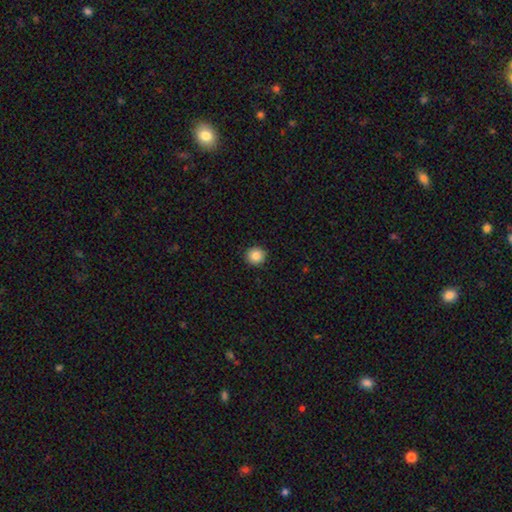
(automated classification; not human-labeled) A smooth galaxy with no disk features (86%) that is round (92%).

Vote fractions:
- Smooth or featured? smooth: 86% / star or artifact: 9% / featured or disk: 5%
- How rounded? round: 92% / in between: 7% / cigar-shaped: 1%
- Merging? none: 92% / minor disturbance: 6% / major disturbance: 2% / merger: 1%